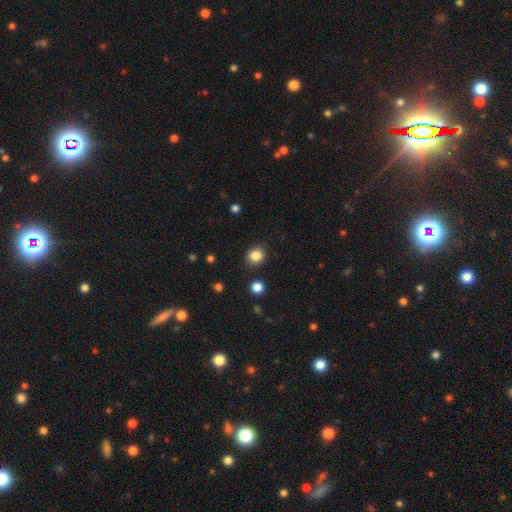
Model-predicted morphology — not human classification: Q: Smooth or featured?
A: smooth (84%); runner-up: star or artifact (11%)
Q: How rounded?
A: round (76%); runner-up: in between (23%)
Q: Merging?
A: none (88%); runner-up: minor disturbance (8%)